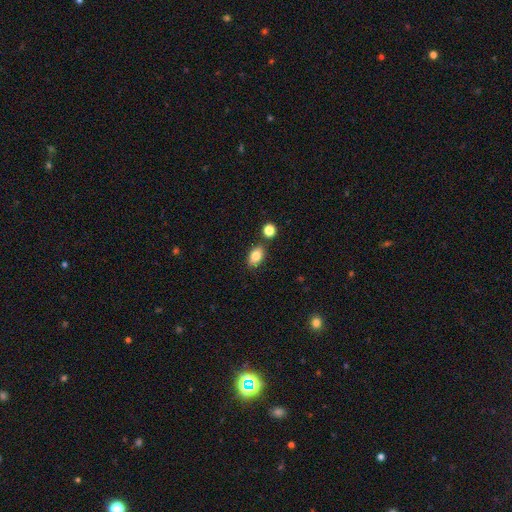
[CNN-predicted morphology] Smooth or featured?
  - smooth: 83% *
  - star or artifact: 9%
  - featured or disk: 8%
How rounded?
  - in between: 86% *
  - round: 12%
  - cigar-shaped: 2%
Merging?
  - none: 78% *
  - minor disturbance: 11%
  - merger: 9%
  - major disturbance: 3%